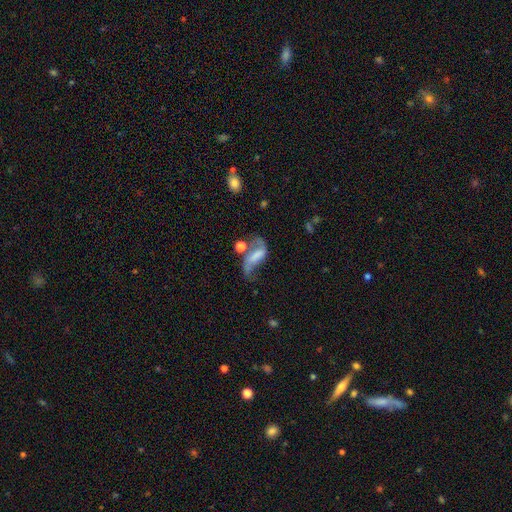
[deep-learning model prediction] Q: Smooth or featured?
A: featured or disk (50%); runner-up: smooth (38%)
Q: Edge-on disk?
A: no (94%); runner-up: yes (6%)
Q: Merging?
A: major disturbance (38%); runner-up: none (22%)